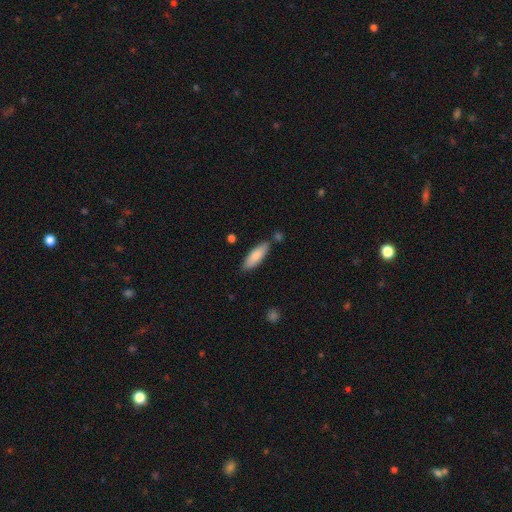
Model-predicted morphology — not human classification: smooth 81%, featured or disk 13%, star or artifact 6%. Down the decision tree: how rounded — in between (53%); merging — none (79%).